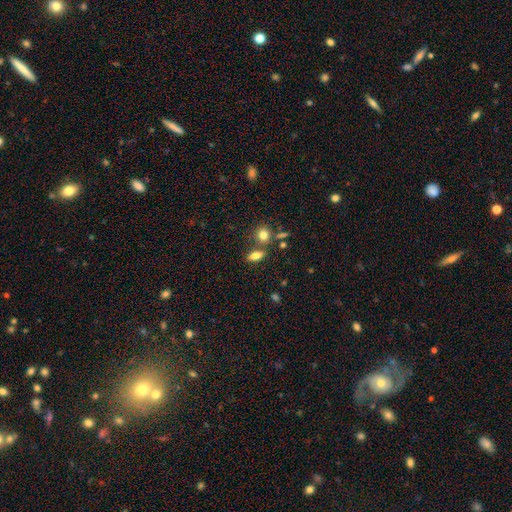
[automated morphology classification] Smooth or featured: smooth — 74% (featured or disk — 15%)
How rounded: in between — 75% (cigar-shaped — 14%)
Merging: none — 68% (merger — 17%)